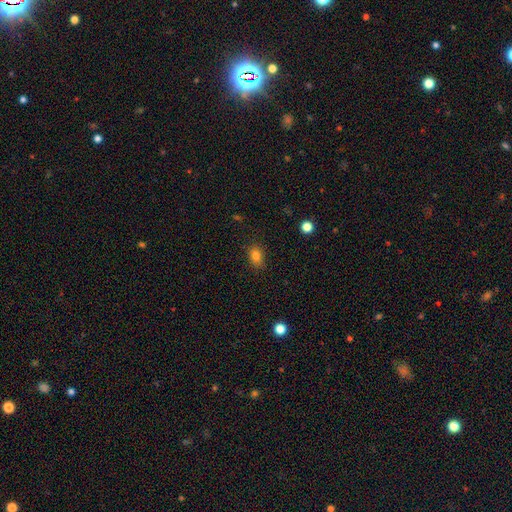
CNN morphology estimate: A smooth galaxy with no disk features (82%) that is in between round and cigar-shaped (73%). Merging: none (84%).